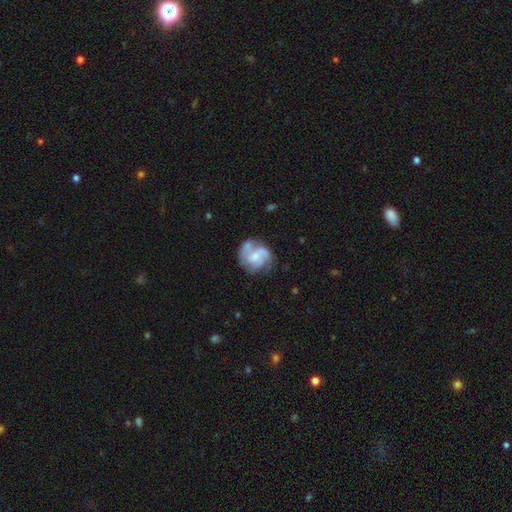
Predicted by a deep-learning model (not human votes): Morphology: type=featured or disk (73%); edge-on=no (98%); bar=no (59%); spiral arms=yes (89%); winding=medium (46%); arm count=3 (45%); bulge=small (45%); merging=none (57%).